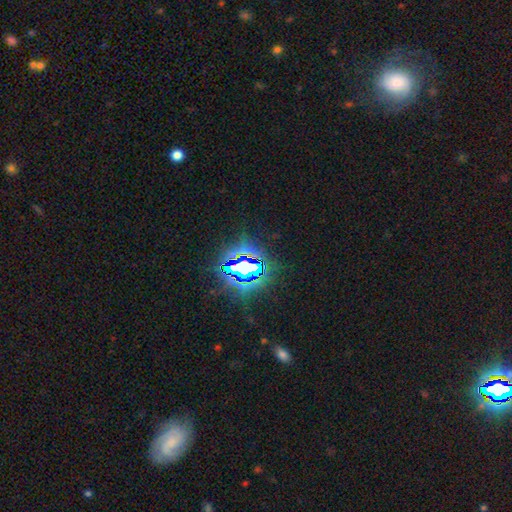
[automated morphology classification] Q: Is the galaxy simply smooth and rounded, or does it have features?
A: star or artifact — 83%.